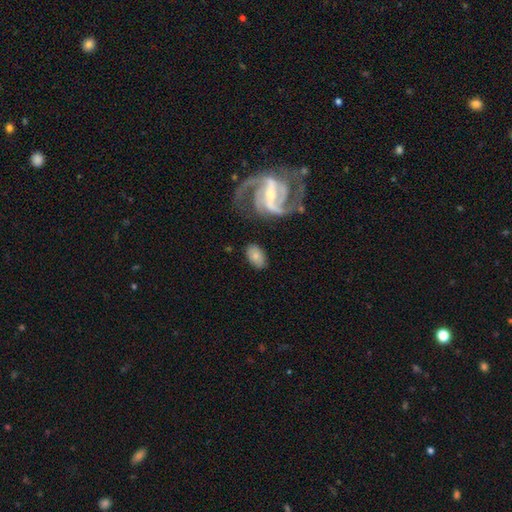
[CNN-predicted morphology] A smooth galaxy with no disk features (61%) that is in between round and cigar-shaped (89%). Merging: none (74%).